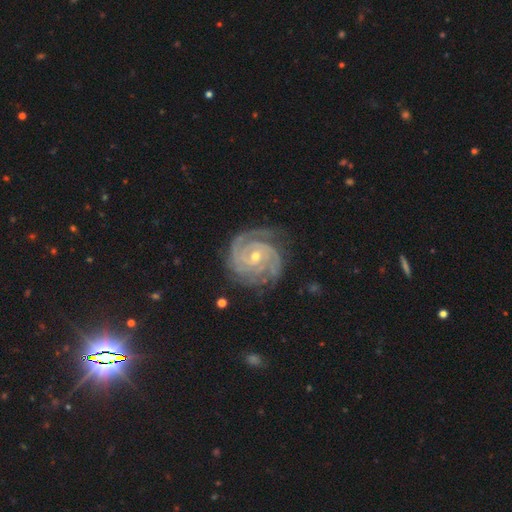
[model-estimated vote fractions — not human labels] Smooth or featured: featured or disk — 92% (star or artifact — 5%)
Edge-on disk: no — 98% (yes — 2%)
Bar: no — 62% (weak — 28%)
Spiral arms: yes — 99% (no — 1%)
Spiral winding: tight — 81% (medium — 17%)
Spiral arm count: 3 — 32% (2 — 26%)
Bulge size: small — 58% (moderate — 39%)
Merging: none — 76% (minor disturbance — 17%)